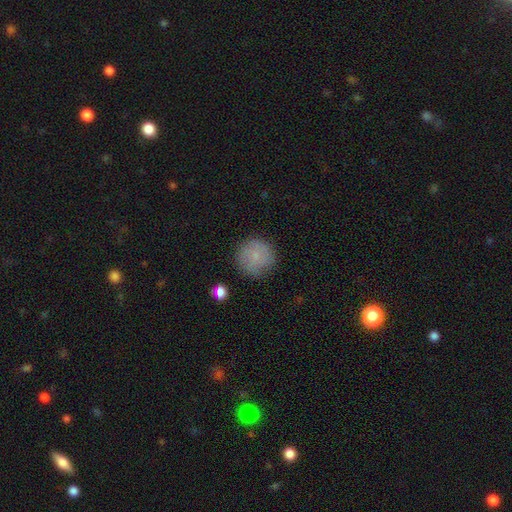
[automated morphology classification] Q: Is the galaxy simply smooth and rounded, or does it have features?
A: smooth — 74%.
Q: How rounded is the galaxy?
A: round — 93%.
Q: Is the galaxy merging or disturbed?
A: none — 80%.